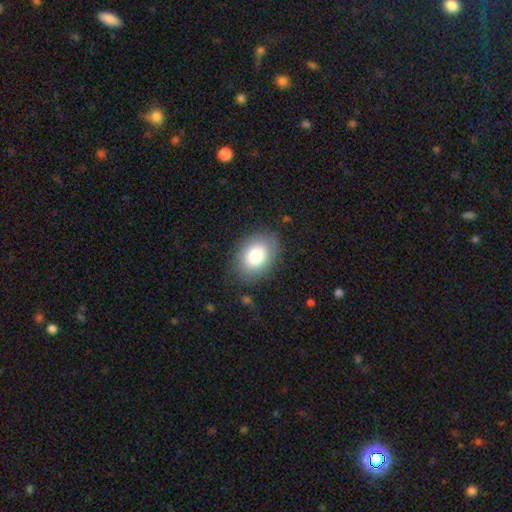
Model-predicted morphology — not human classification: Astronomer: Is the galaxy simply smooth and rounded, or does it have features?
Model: smooth — 82%.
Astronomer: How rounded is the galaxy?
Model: in between — 69%.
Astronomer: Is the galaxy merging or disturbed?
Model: none — 81%.